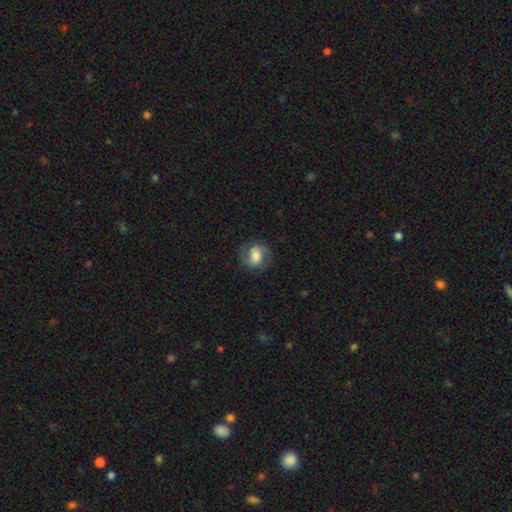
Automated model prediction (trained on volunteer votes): Smooth or featured? featured or disk (56%)
Edge-on disk? no (97%)
Bar? weak (42%)
Spiral arms? yes (88%)
Bulge size? moderate (43%)
Merging? none (78%)